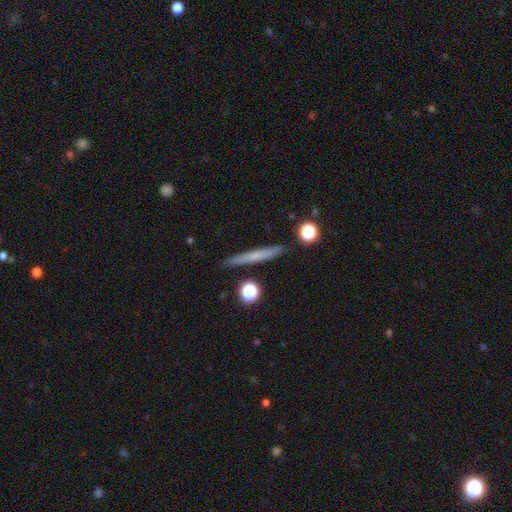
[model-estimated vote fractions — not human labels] Overall: smooth (56%; featured or disk 36%). How rounded: cigar-shaped (93%). Merging: none (88%).